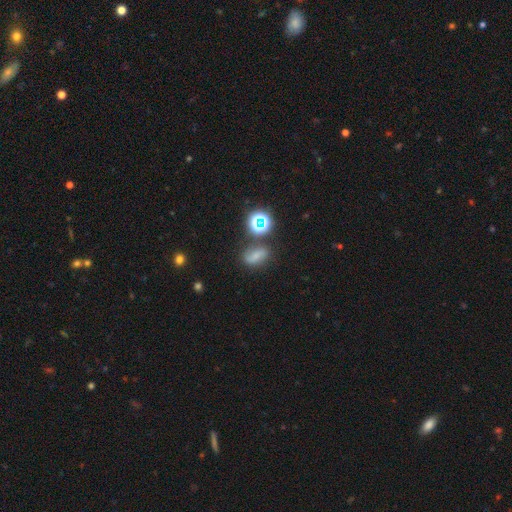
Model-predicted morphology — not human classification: type=smooth (50%); roundness=in between (68%); merging=none (64%).